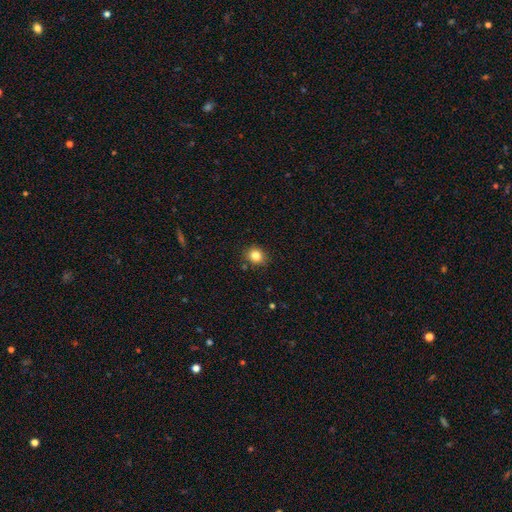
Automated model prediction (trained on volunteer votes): Morphology: type=smooth (82%); roundness=round (80%); merging=none (87%).